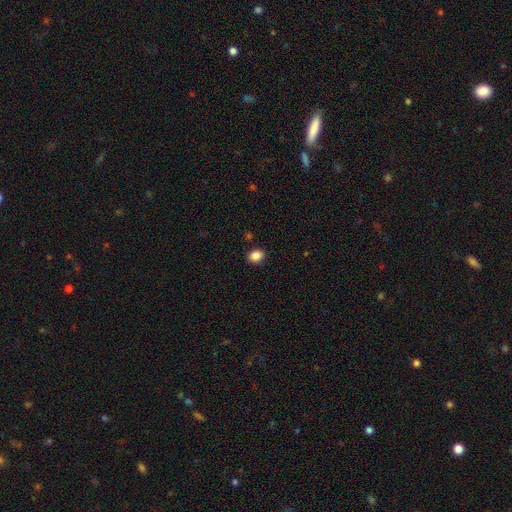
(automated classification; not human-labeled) Morphology: type=smooth (87%); roundness=in between (51%); merging=none (90%).